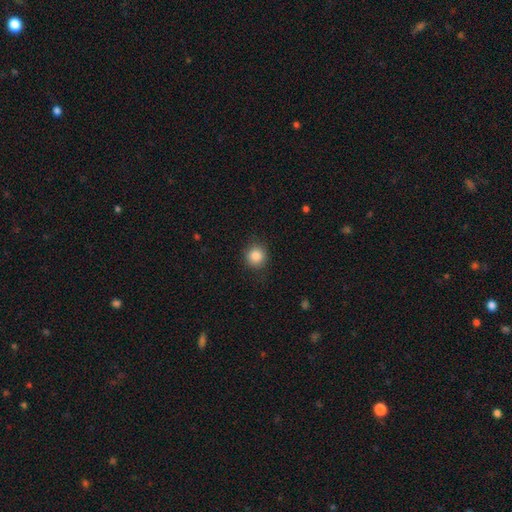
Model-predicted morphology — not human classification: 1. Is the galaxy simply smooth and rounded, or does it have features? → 86% smooth, 10% star or artifact, 4% featured or disk.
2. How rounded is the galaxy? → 90% round, 9% in between, 1% cigar-shaped.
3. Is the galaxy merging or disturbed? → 86% none, 9% minor disturbance, 3% major disturbance, 1% merger.